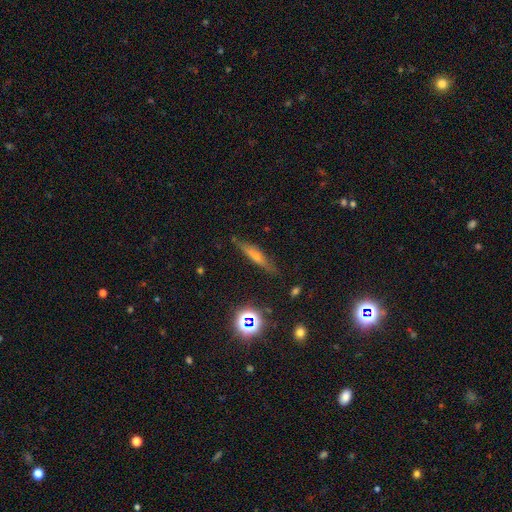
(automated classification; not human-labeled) smooth-or-featured: featured or disk: 51% | smooth: 33% | star or artifact: 16%
  disk-edge-on: yes: 89% | no: 11%
  merging: none: 83% | minor disturbance: 13% | major disturbance: 3% | merger: 2%